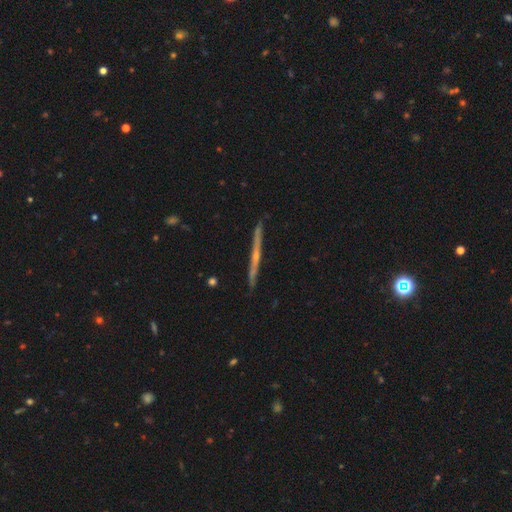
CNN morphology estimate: The model was most divided on "edge-on bulge": rounded: 56%, none: 39%, boxy: 5%. More confident: edge-on disk — yes (98%); merging — none (89%); smooth or featured — featured or disk (76%).